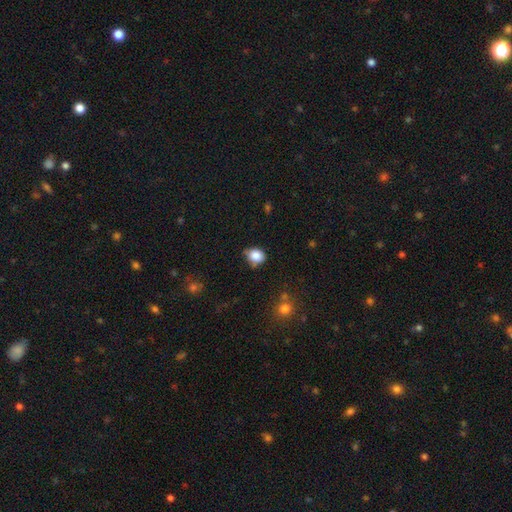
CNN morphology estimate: Smooth or featured: smooth — 84% (star or artifact — 10%)
How rounded: round — 58% (in between — 41%)
Merging: none — 62% (minor disturbance — 28%)